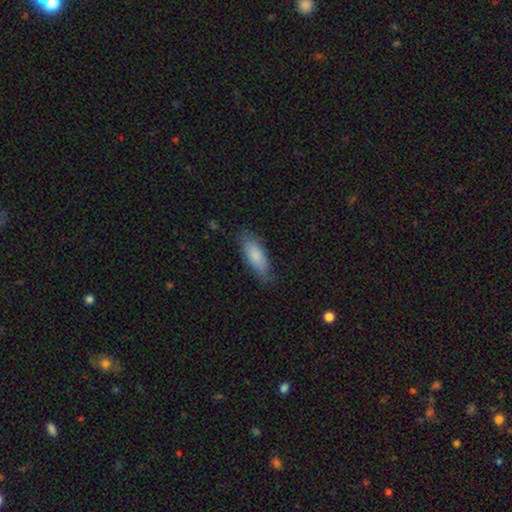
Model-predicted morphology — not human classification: Overall: smooth (78%). How rounded: in between (74%). Merging: none (71%).